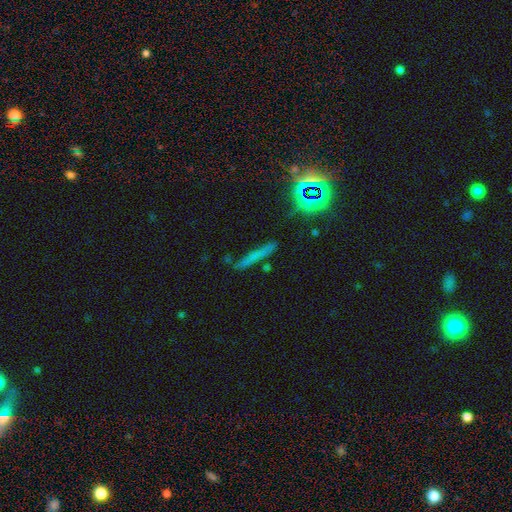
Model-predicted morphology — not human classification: A smooth galaxy with no disk features (47%).

Vote fractions:
- Smooth or featured? smooth: 47% / featured or disk: 27% / star or artifact: 26%
- Merging? none: 77% / minor disturbance: 15% / major disturbance: 4% / merger: 4%